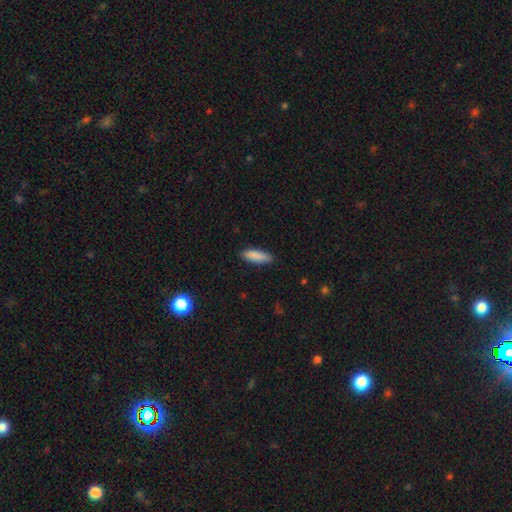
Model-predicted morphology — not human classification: Overall: smooth (88%). How rounded: in between (50%; cigar-shaped 49%). Merging: none (86%).